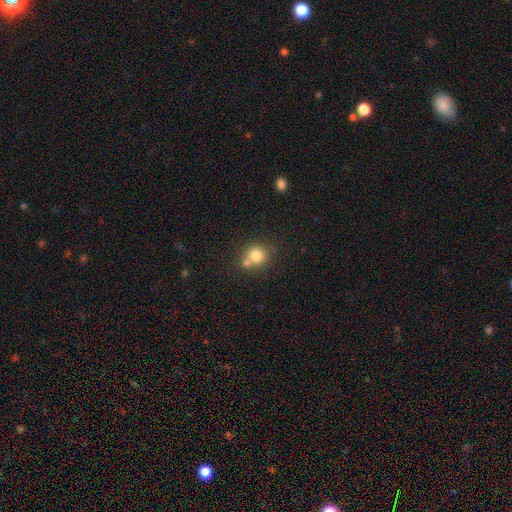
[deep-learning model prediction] Overall: smooth (78%). How rounded: round (84%). Merging: none (51%; merger 36%).